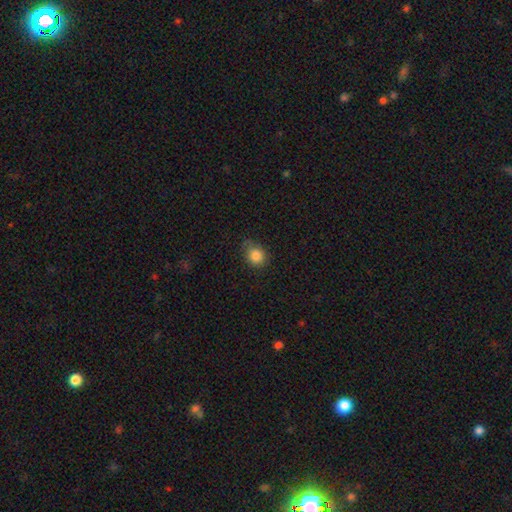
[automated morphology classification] Q: Smooth or featured?
A: smooth (85%); runner-up: star or artifact (10%)
Q: How rounded?
A: round (71%); runner-up: in between (28%)
Q: Merging?
A: none (65%); runner-up: minor disturbance (26%)